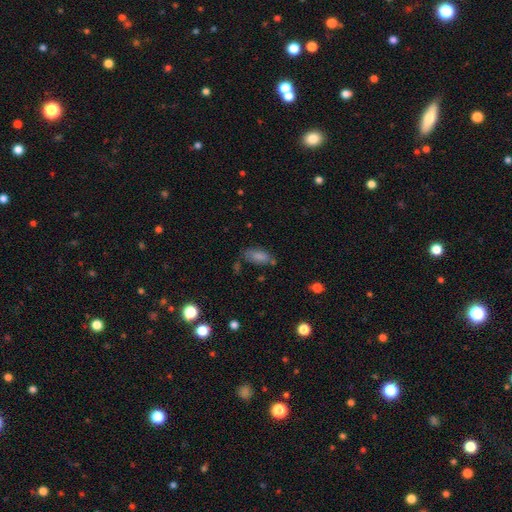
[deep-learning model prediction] Smooth or featured?
  - smooth: 70% *
  - star or artifact: 17%
  - featured or disk: 12%
How rounded?
  - in between: 84% *
  - cigar-shaped: 11%
  - round: 5%
Merging?
  - none: 67% *
  - minor disturbance: 20%
  - major disturbance: 7%
  - merger: 5%